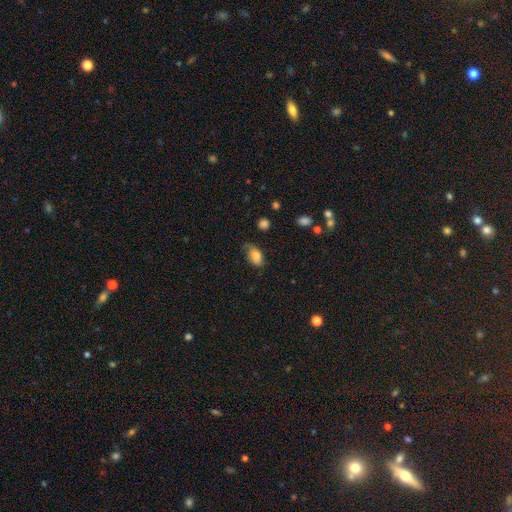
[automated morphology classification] Q: Smooth or featured?
A: smooth (75%); runner-up: featured or disk (17%)
Q: How rounded?
A: in between (90%); runner-up: round (8%)
Q: Merging?
A: none (54%); runner-up: minor disturbance (32%)